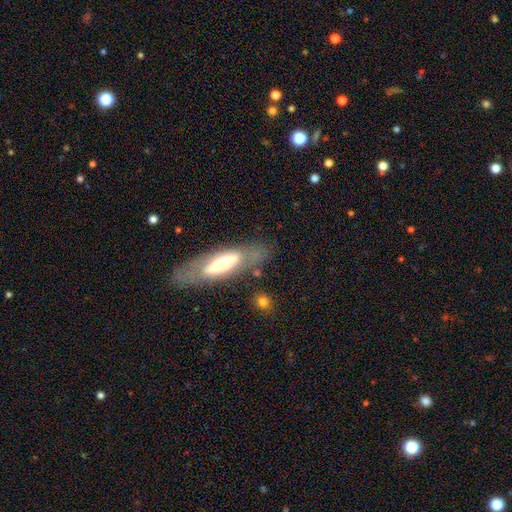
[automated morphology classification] Smooth or featured: featured or disk — 53% (smooth — 39%)
Edge-on disk: no — 61% (yes — 39%)
Merging: none — 74% (minor disturbance — 16%)